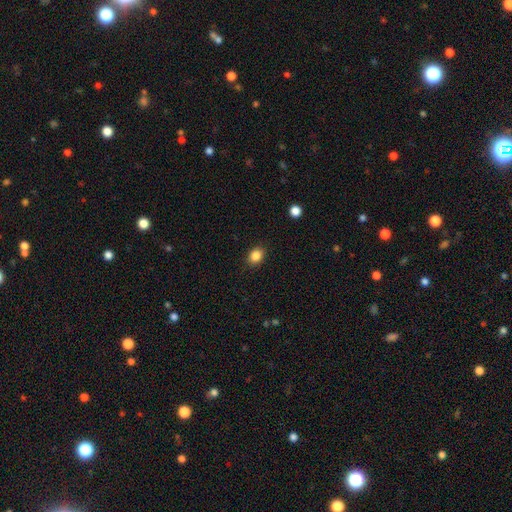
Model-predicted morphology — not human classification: type=smooth (86%); roundness=in between (53%); merging=none (88%).